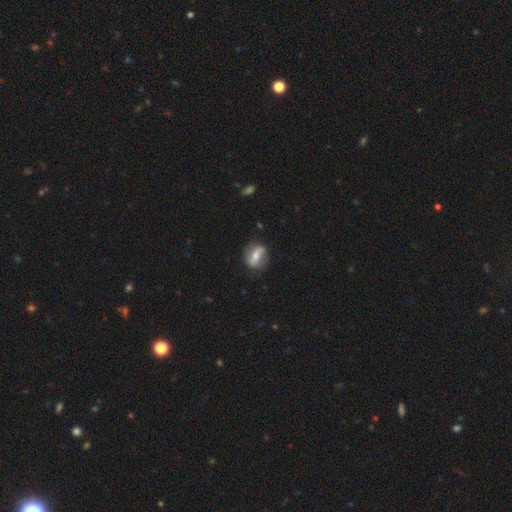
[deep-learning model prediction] featured or disk 66%, smooth 28%, star or artifact 6%. Down the decision tree: edge-on disk — no (93%); bar — strong (54%); spiral arms — yes (76%); bulge size — moderate (57%); merging — none (81%).